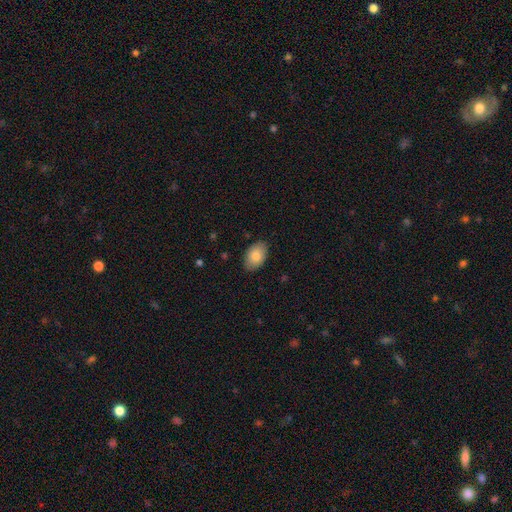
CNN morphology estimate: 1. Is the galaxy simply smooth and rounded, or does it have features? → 82% smooth, 12% featured or disk, 7% star or artifact.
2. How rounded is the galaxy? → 91% in between, 8% round, 1% cigar-shaped.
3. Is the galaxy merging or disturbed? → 86% none, 11% minor disturbance, 2% major disturbance, 1% merger.